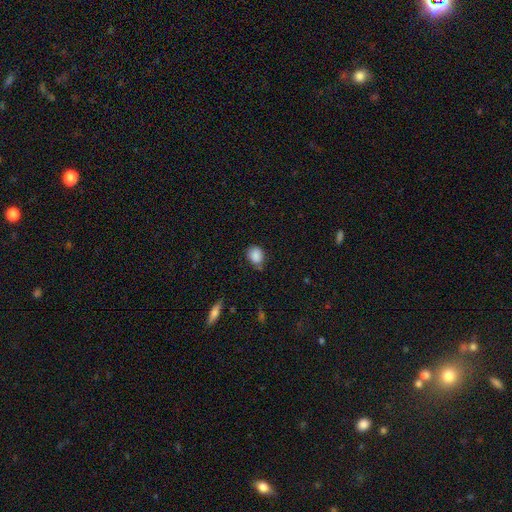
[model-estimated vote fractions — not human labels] A smooth galaxy with no disk features (86%) that is round (54%). Merging: none (68%).